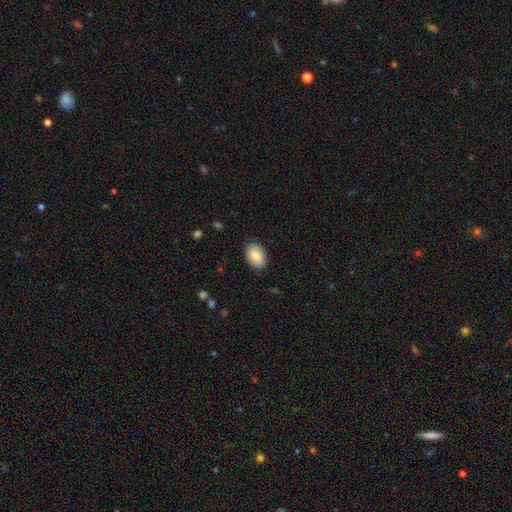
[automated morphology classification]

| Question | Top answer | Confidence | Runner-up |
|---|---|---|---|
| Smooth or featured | smooth | 84% | featured or disk (10%) |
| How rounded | in between | 90% | round (9%) |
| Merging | none | 86% | minor disturbance (11%) |